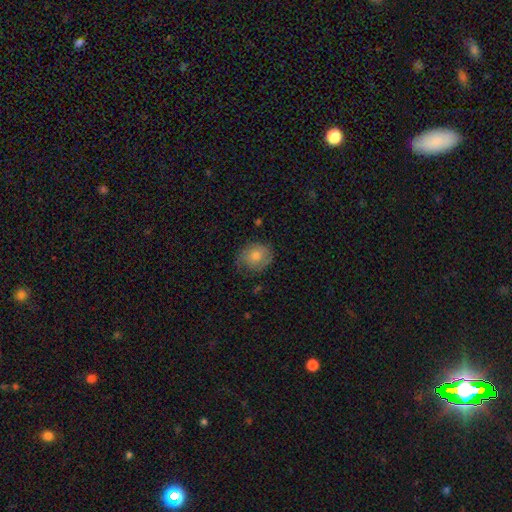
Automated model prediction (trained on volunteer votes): smooth 63%, featured or disk 28%, star or artifact 9%. Down the decision tree: how rounded — round (69%); merging — none (67%).